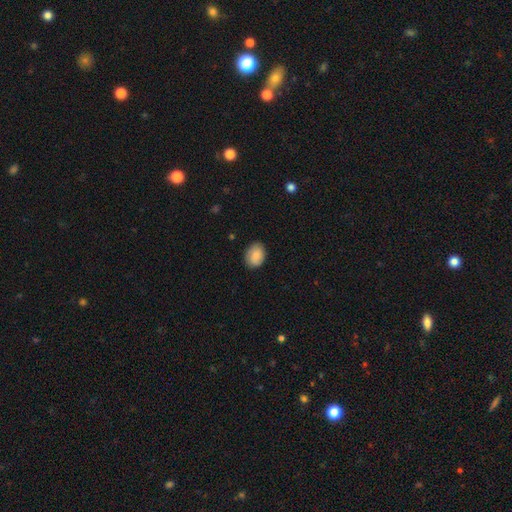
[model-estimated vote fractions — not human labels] A smooth galaxy with no disk features (86%) that is in between round and cigar-shaped (67%).

Vote fractions:
- Smooth or featured? smooth: 86% / featured or disk: 7% / star or artifact: 7%
- How rounded? in between: 67% / round: 33% / cigar-shaped: 1%
- Merging? none: 83% / minor disturbance: 14% / major disturbance: 2% / merger: 1%